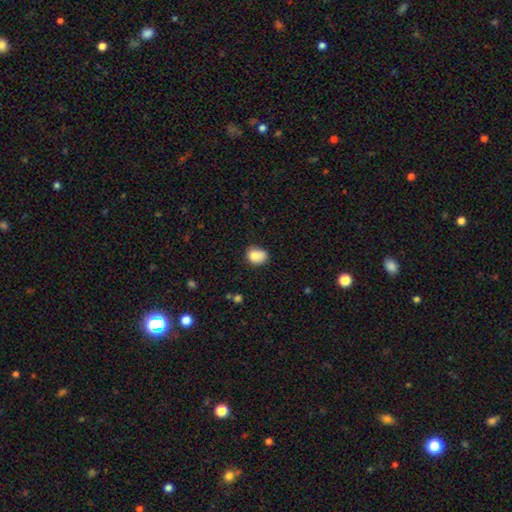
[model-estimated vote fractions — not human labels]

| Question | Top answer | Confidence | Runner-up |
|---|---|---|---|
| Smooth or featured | smooth | 81% | featured or disk (10%) |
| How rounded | round | 50% | tied: in between (50%) |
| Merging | none | 48% | minor disturbance (30%) |